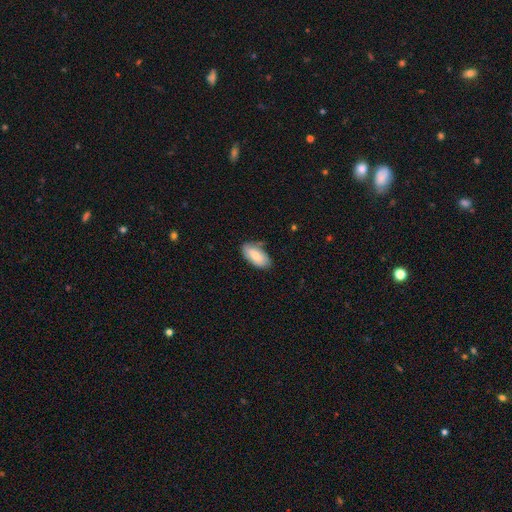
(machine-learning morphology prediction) Smooth or featured? Predicted: smooth (p=0.78). How rounded? Predicted: in between (p=0.93). Merging? Predicted: none (p=0.70).